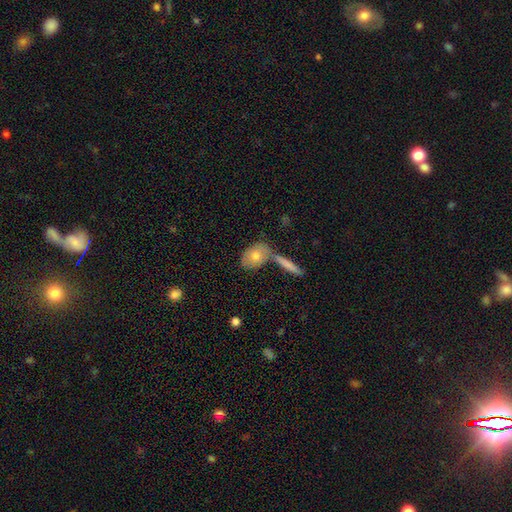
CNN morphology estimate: A smooth galaxy with no disk features (69%) that is in between round and cigar-shaped (77%). Merging: none (58%).